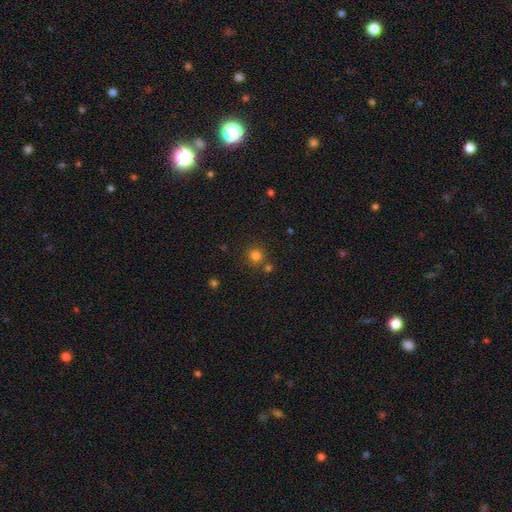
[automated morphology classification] A smooth galaxy with no disk features (79%) that is round (92%).

Vote fractions:
- Smooth or featured? smooth: 79% / star or artifact: 15% / featured or disk: 6%
- How rounded? round: 92% / in between: 7% / cigar-shaped: 1%
- Merging? none: 77% / merger: 12% / minor disturbance: 8% / major disturbance: 3%